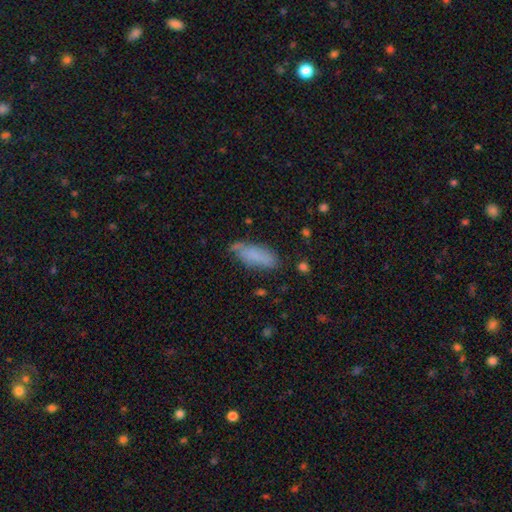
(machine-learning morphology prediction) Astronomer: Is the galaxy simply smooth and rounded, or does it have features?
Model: smooth — 79%.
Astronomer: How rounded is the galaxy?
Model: in between — 66%.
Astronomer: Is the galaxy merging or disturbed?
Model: none — 61%.